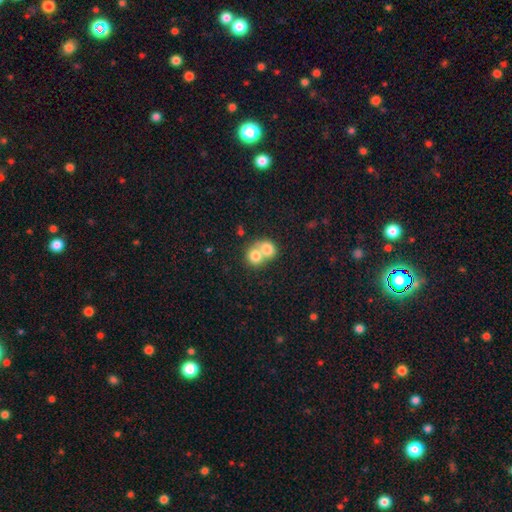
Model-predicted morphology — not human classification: Overall: smooth (76%). How rounded: round (72%). Merging: merger (72%).